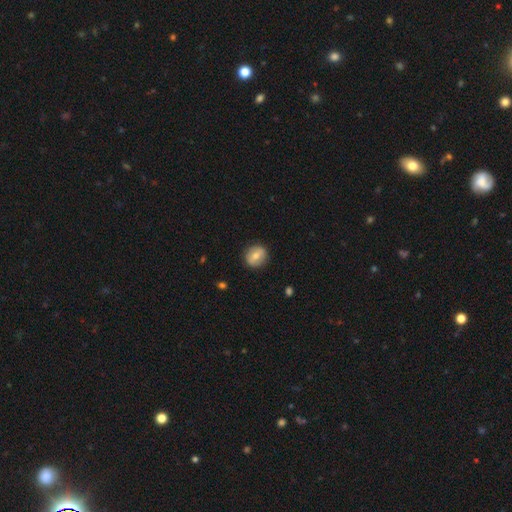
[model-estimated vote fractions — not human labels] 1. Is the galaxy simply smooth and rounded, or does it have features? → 63% smooth, 30% featured or disk, 8% star or artifact.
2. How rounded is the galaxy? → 78% round, 21% in between, 1% cigar-shaped.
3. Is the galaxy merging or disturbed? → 87% none, 9% minor disturbance, 3% major disturbance, 1% merger.